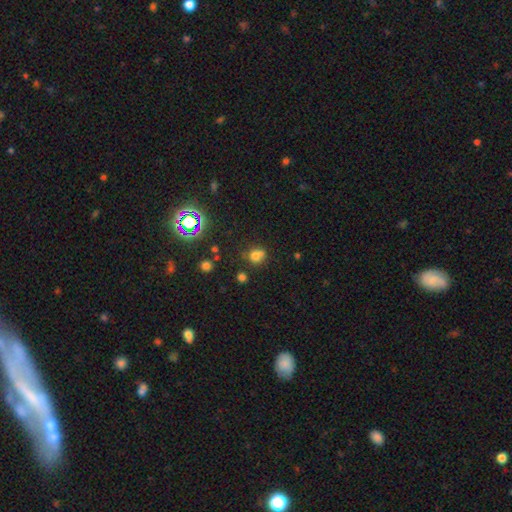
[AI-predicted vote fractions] Smooth or featured: smooth — 69% (star or artifact — 21%)
How rounded: round — 70% (in between — 29%)
Merging: none — 52% (merger — 22%)